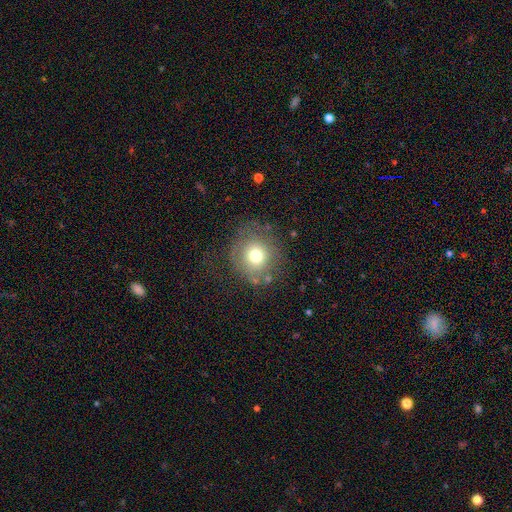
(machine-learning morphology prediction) This is likely a smooth galaxy (71%). How rounded: clearly round (87%). Merging: likely none (70%).